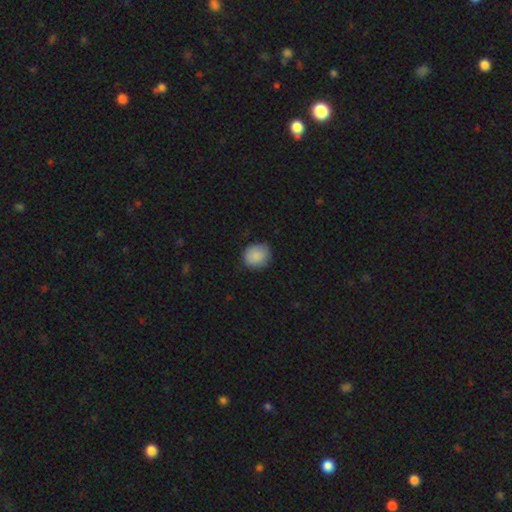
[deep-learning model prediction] This is clearly a smooth galaxy (88%). How rounded: likely round (72%). Merging: clearly none (81%).